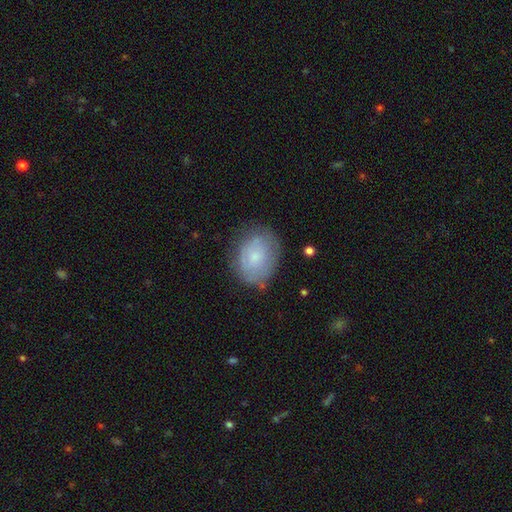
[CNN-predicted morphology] smooth_or_featured: smooth (p=0.65) [alt: featured or disk p=0.27]
how_rounded: in between (p=0.62) [alt: round p=0.37]
merging: none (p=0.69) [alt: minor disturbance p=0.22]